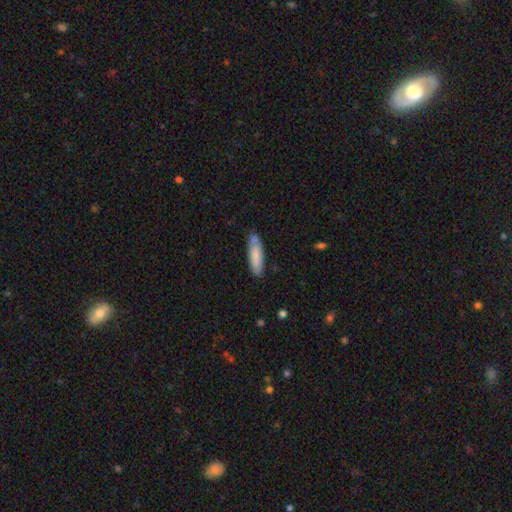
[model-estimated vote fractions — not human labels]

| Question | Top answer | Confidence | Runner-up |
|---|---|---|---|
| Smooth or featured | smooth | 78% | featured or disk (16%) |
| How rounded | cigar-shaped | 66% | in between (33%) |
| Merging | none | 68% | minor disturbance (20%) |